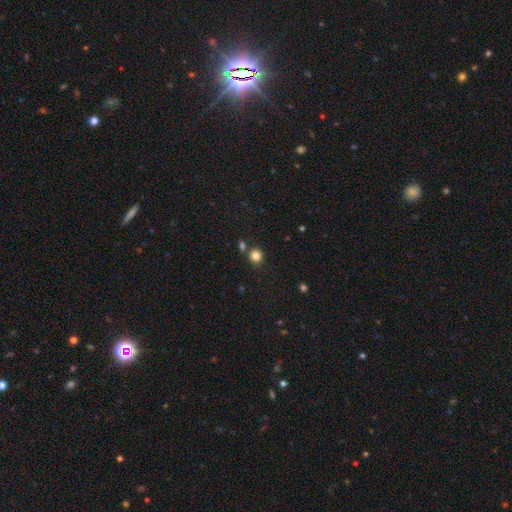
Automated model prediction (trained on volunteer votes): A smooth galaxy with no disk features (82%) that is round (88%). Merging: none (77%).